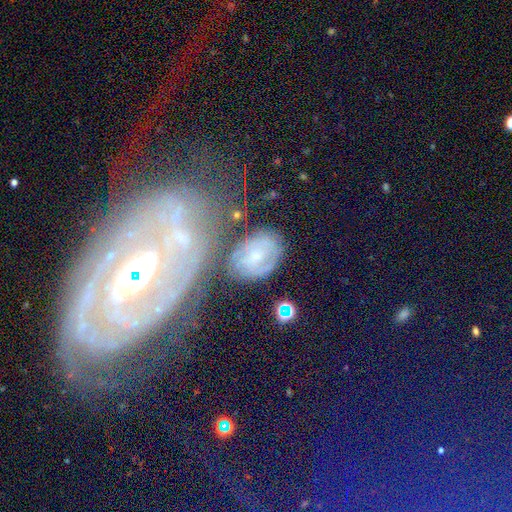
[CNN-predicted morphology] smooth-or-featured: featured or disk: 66% | smooth: 25% | star or artifact: 9%
  disk-edge-on: no: 95% | yes: 5%
    bar: no: 53% | weak: 37% | strong: 11%
    has-spiral-arms: yes: 83% | no: 17%
      spiral-winding: tight: 64% | medium: 27% | loose: 9%
      spiral-arm-count: can't tell: 47% | 2: 25% | 3: 13% | 4: 6% | 1: 5% | more than 4: 4%
    bulge-size: small: 63% | moderate: 29% | none: 5% | large: 2% | dominant: 1%
  merging: none: 61% | minor disturbance: 19% | merger: 11% | major disturbance: 9%